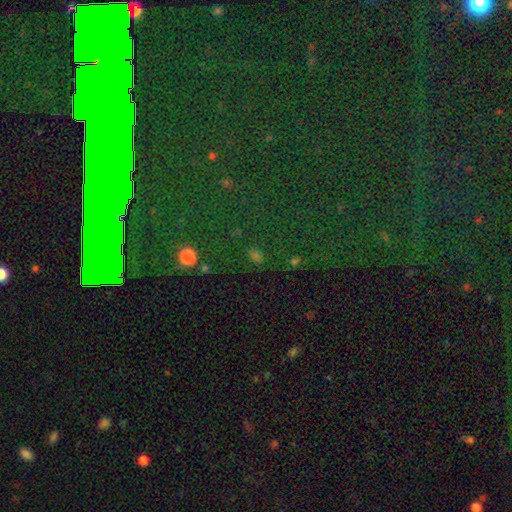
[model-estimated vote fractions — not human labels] Morphology: type=smooth (58%); roundness=in between (72%); merging=none (75%).